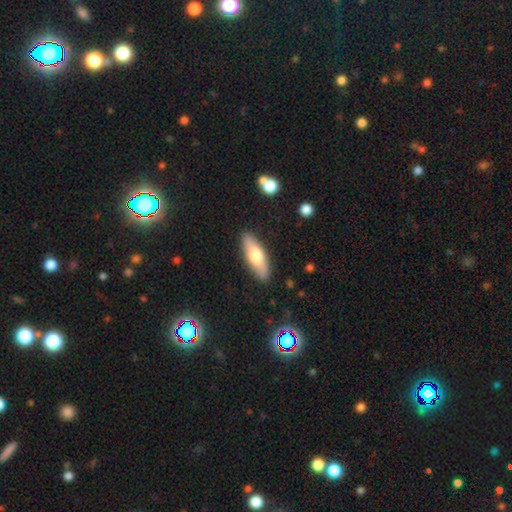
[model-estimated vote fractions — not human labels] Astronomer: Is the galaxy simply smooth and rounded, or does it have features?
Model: smooth — 66%.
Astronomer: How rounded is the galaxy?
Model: in between — 56% (runner-up: cigar-shaped, 42%).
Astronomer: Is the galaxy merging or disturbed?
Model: none — 88%.